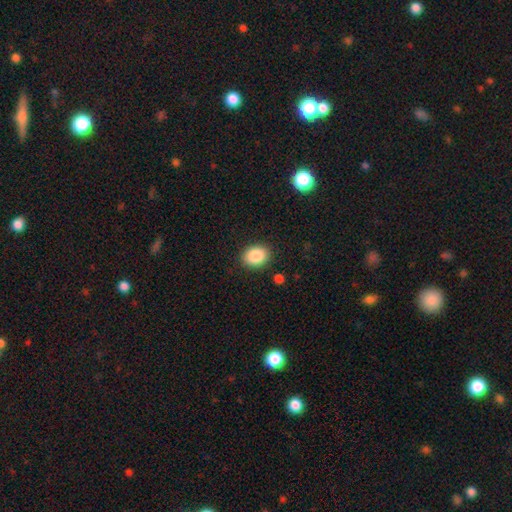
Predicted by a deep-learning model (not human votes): Morphology: type=smooth (88%); roundness=in between (59%); merging=none (88%).